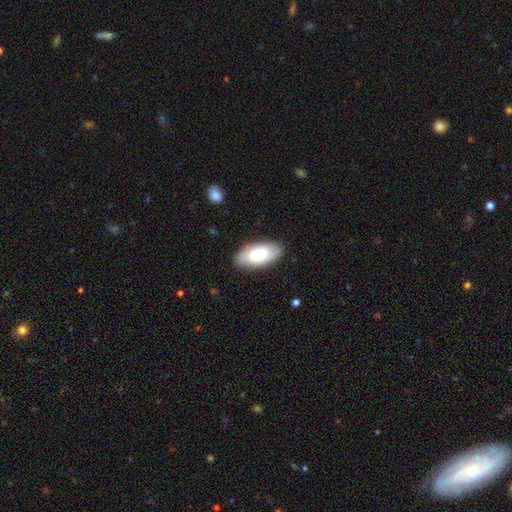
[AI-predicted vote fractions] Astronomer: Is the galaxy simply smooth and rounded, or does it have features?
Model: smooth — 78%.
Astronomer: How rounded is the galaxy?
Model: in between — 92%.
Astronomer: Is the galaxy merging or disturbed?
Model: none — 87%.